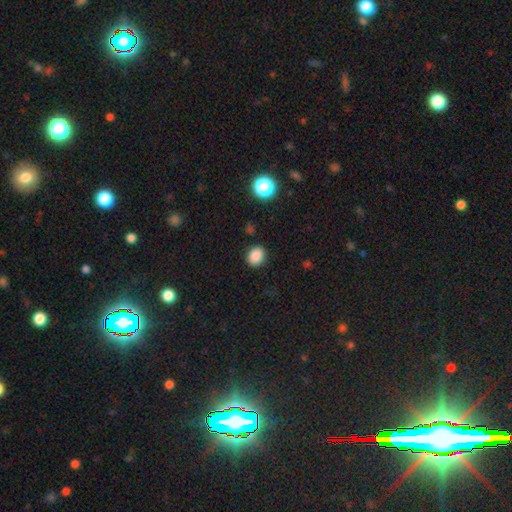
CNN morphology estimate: A smooth galaxy with no disk features (86%) that is round (60%).

Vote fractions:
- Smooth or featured? smooth: 86% / star or artifact: 10% / featured or disk: 4%
- How rounded? round: 60% / in between: 39% / cigar-shaped: 1%
- Merging? none: 89% / minor disturbance: 8% / major disturbance: 2% / merger: 1%